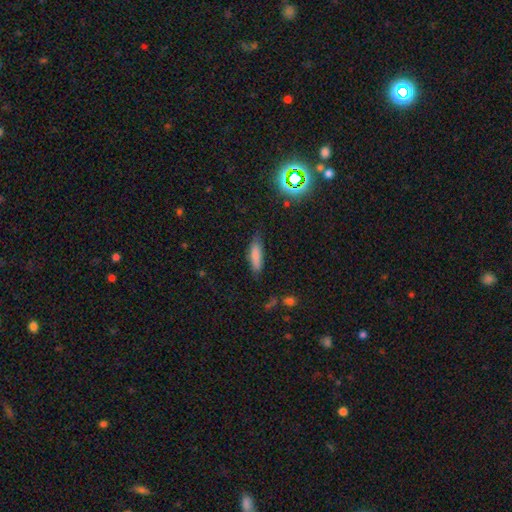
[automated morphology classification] type=smooth (80%); roundness=cigar-shaped (58%); merging=none (74%).